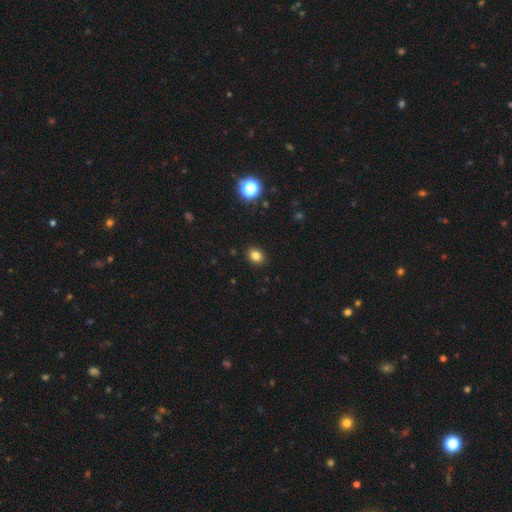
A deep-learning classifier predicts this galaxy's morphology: Smooth or featured? smooth (82%)
How rounded? round (53%)
Merging? none (90%)